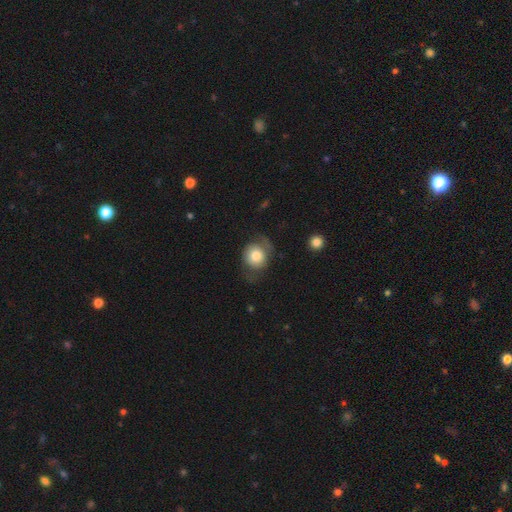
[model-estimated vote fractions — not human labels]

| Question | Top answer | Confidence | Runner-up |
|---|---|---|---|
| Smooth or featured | smooth | 66% | featured or disk (27%) |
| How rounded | round | 71% | in between (28%) |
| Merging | none | 52% | minor disturbance (27%) |